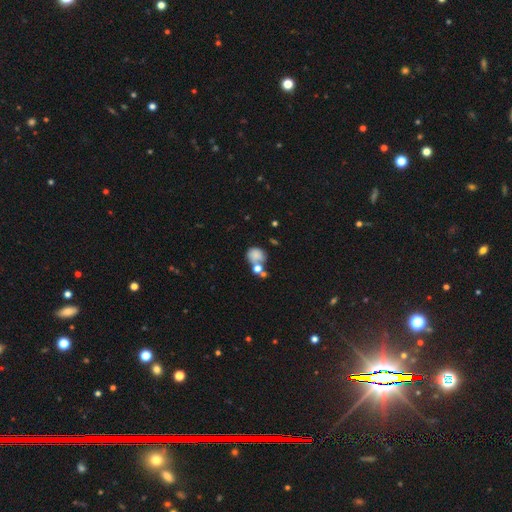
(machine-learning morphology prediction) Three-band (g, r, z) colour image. It shows a smooth galaxy with no disk features (74%) that is round (69%). Merging: merger (39%).